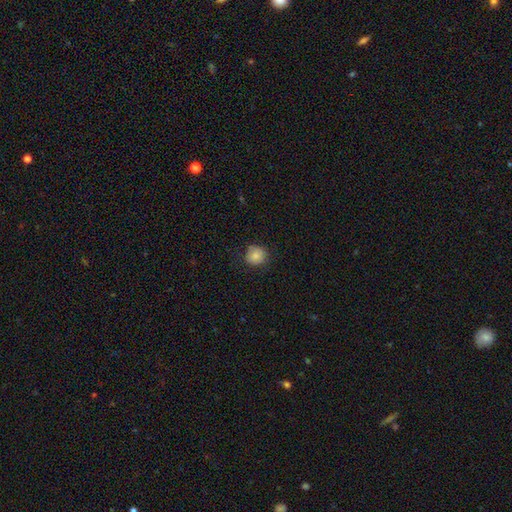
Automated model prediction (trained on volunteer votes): Smooth or featured: smooth — 83% (star or artifact — 10%)
How rounded: round — 87% (in between — 12%)
Merging: none — 78% (minor disturbance — 17%)